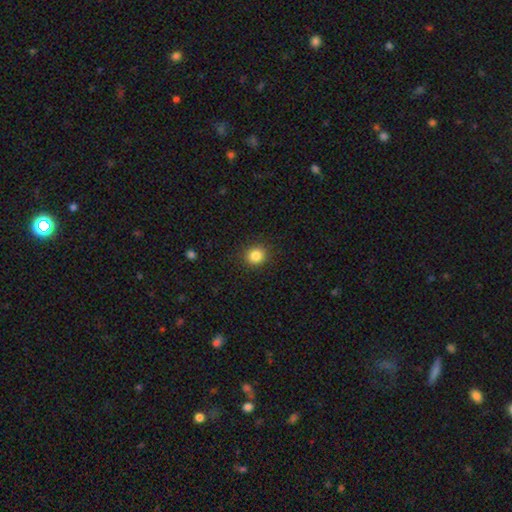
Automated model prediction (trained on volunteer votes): smooth 85%, star or artifact 11%, featured or disk 5%. Down the decision tree: how rounded — round (87%); merging — none (91%).